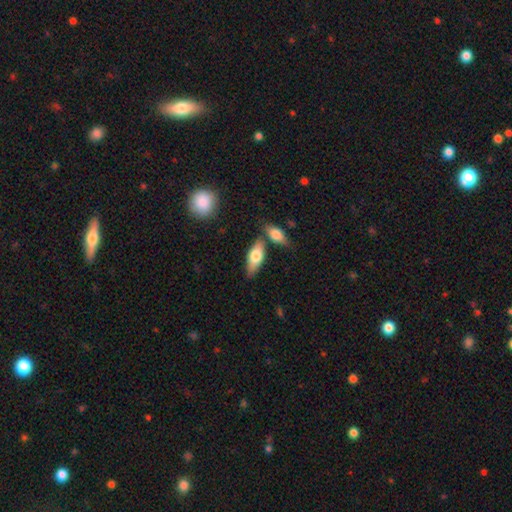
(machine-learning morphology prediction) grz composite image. It shows a smooth galaxy with no disk features (68%) that is in between round and cigar-shaped (76%). Merging: none (65%).